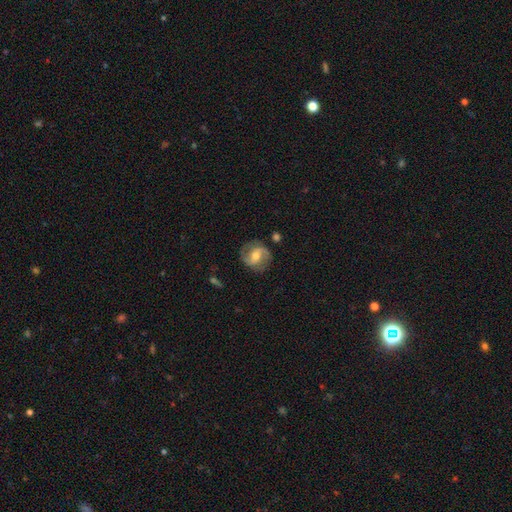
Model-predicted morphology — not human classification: smooth_or_featured: featured or disk (p=0.73) [alt: smooth p=0.20]
disk_edge_on: no (p=0.97) [alt: yes p=0.03]
bar: weak (p=0.44) [alt: no p=0.34]
has_spiral_arms: yes (p=0.91) [alt: no p=0.09]
spiral_winding: medium (p=0.48) [alt: loose p=0.27]
spiral_arm_count: 2 (p=0.88) [alt: can't tell p=0.05]
bulge_size: moderate (p=0.67) [alt: small p=0.26]
merging: none (p=0.81) [alt: minor disturbance p=0.13]